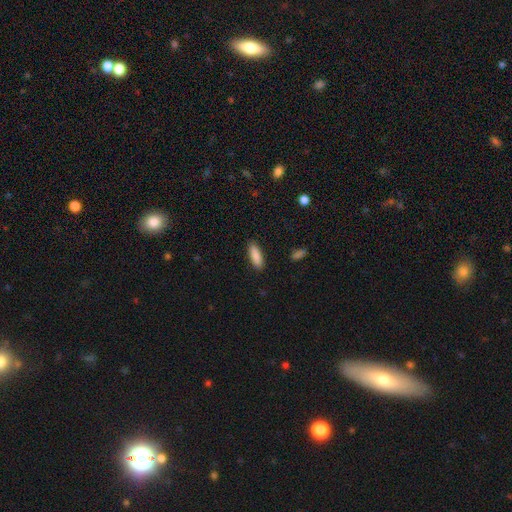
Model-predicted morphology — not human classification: A smooth galaxy with no disk features (89%) that is in between round and cigar-shaped (54%).

Vote fractions:
- Smooth or featured? smooth: 89% / star or artifact: 6% / featured or disk: 5%
- How rounded? in between: 54% / cigar-shaped: 44% / round: 2%
- Merging? none: 89% / minor disturbance: 8% / major disturbance: 2% / merger: 1%